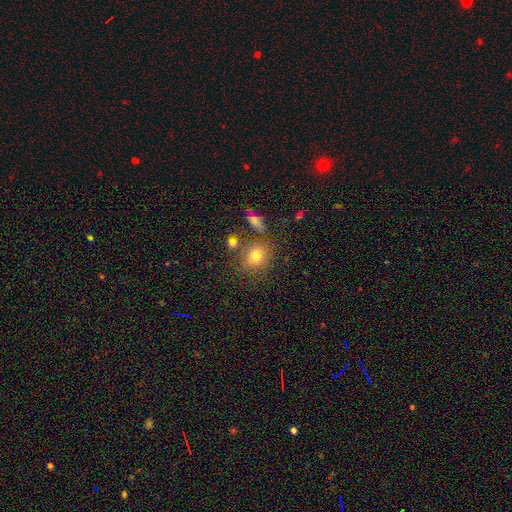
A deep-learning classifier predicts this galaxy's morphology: smooth-or-featured: smooth: 76% | star or artifact: 13% | featured or disk: 11%
  how-rounded: round: 72% | in between: 27% | cigar-shaped: 1%
  merging: none: 70% | minor disturbance: 14% | merger: 11% | major disturbance: 5%